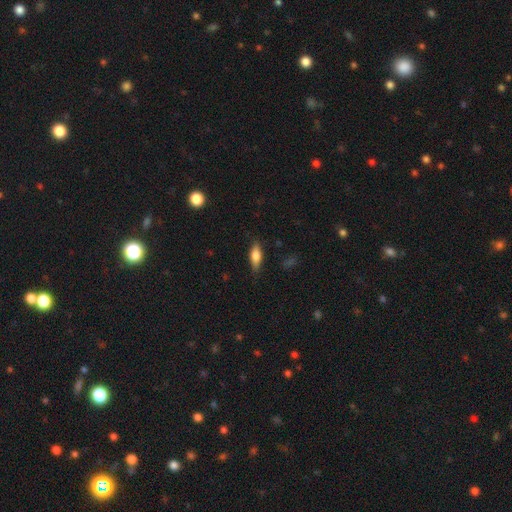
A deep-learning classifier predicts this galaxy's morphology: A smooth galaxy with no disk features (71%) that is in between round and cigar-shaped (63%). Merging: none (81%).